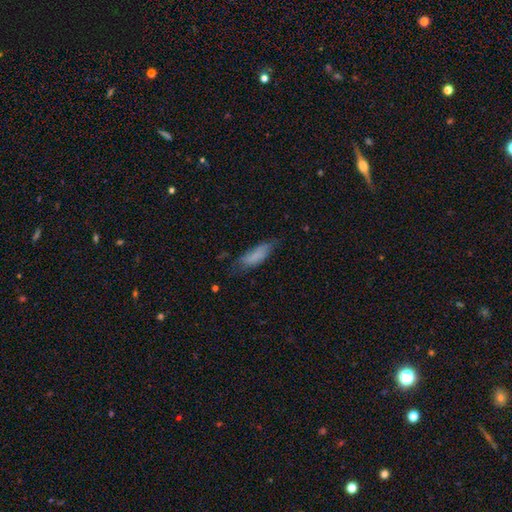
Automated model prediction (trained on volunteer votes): A smooth galaxy with no disk features (75%) that is in between round and cigar-shaped (59%). Merging: none (51%).